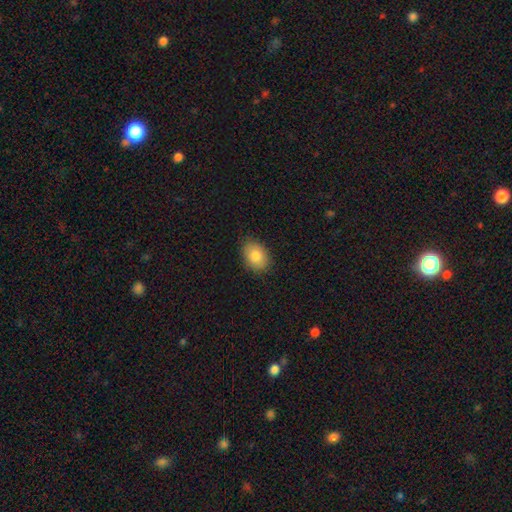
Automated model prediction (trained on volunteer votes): smooth-or-featured: smooth: 83% | featured or disk: 9% | star or artifact: 8%
  how-rounded: in between: 72% | round: 27% | cigar-shaped: 1%
  merging: none: 86% | minor disturbance: 11% | major disturbance: 2% | merger: 1%